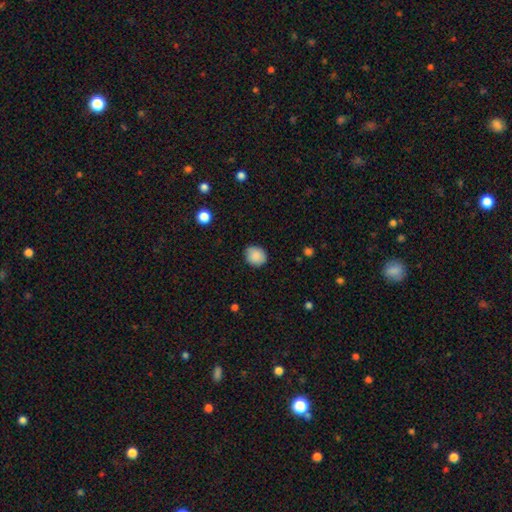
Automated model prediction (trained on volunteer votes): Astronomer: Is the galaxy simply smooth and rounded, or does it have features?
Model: smooth — 88%.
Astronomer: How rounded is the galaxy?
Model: round — 81%.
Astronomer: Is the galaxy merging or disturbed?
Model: none — 82%.